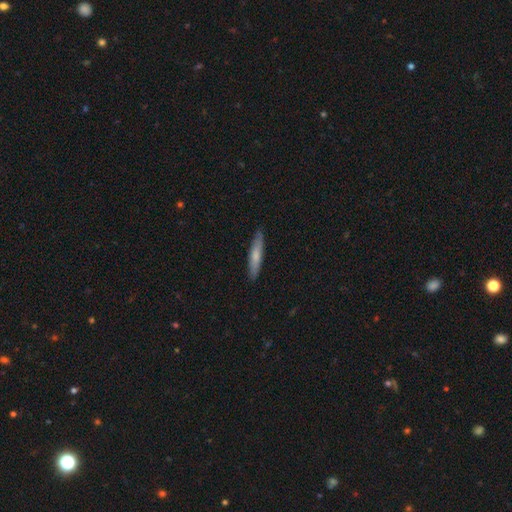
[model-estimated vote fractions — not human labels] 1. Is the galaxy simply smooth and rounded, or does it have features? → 65% smooth, 30% featured or disk, 5% star or artifact.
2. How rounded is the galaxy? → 90% cigar-shaped, 9% in between, 1% round.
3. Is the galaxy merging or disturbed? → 89% none, 9% minor disturbance, 1% major disturbance, 1% merger.